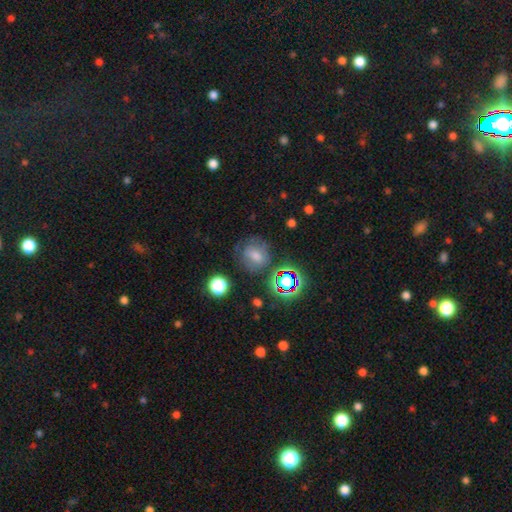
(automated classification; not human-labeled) Overall: smooth (38%; star or artifact 34%). Merging: none (71%).